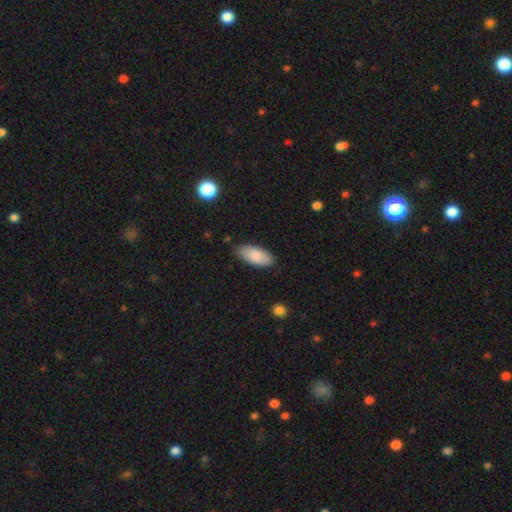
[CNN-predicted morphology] Smooth or featured: smooth — 85% (featured or disk — 9%)
How rounded: in between — 88% (cigar-shaped — 10%)
Merging: none — 83% (minor disturbance — 13%)